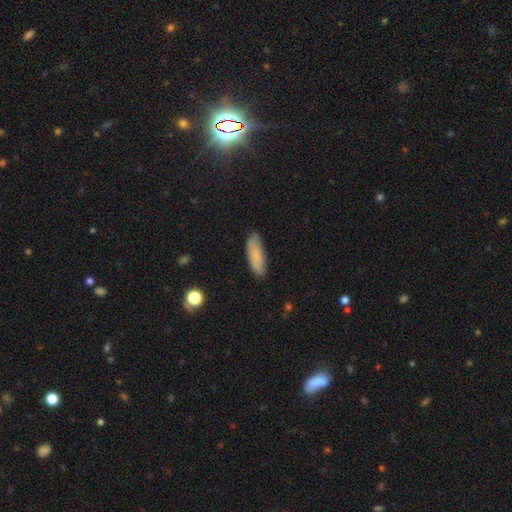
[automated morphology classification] Q: Smooth or featured?
A: smooth (83%); runner-up: featured or disk (10%)
Q: How rounded?
A: in between (52%); runner-up: cigar-shaped (46%)
Q: Merging?
A: none (83%); runner-up: minor disturbance (13%)